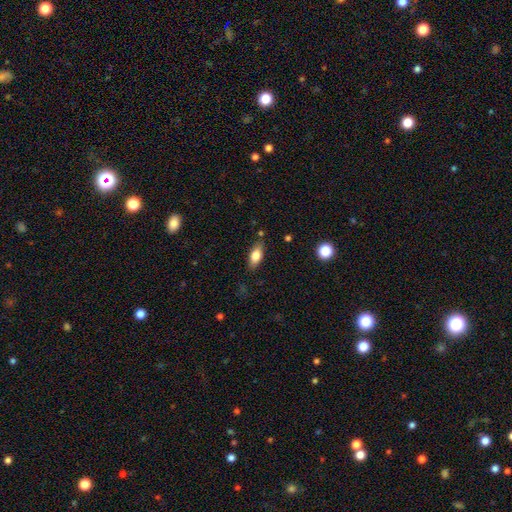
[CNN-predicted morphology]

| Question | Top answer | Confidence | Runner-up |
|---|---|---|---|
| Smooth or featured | smooth | 79% | featured or disk (13%) |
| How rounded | in between | 85% | cigar-shaped (12%) |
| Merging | none | 82% | minor disturbance (13%) |